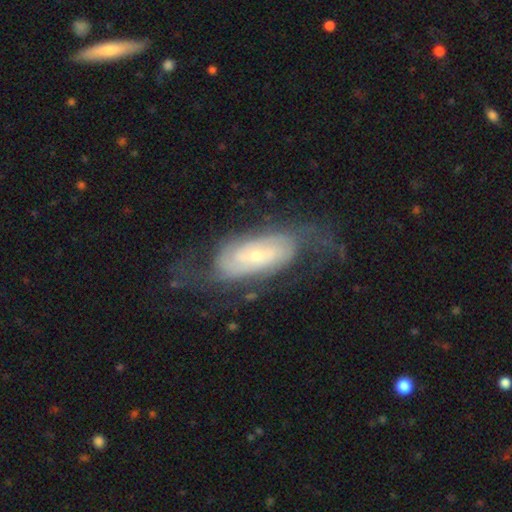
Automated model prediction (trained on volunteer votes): Smooth or featured? featured or disk (79%)
Edge-on disk? no (91%)
Bar? no (64%)
Spiral arms? yes (90%)
Spiral winding? tight (56%)
Spiral arm count? can't tell (39%, tied with 2)
Bulge size? small (72%)
Merging? none (61%)